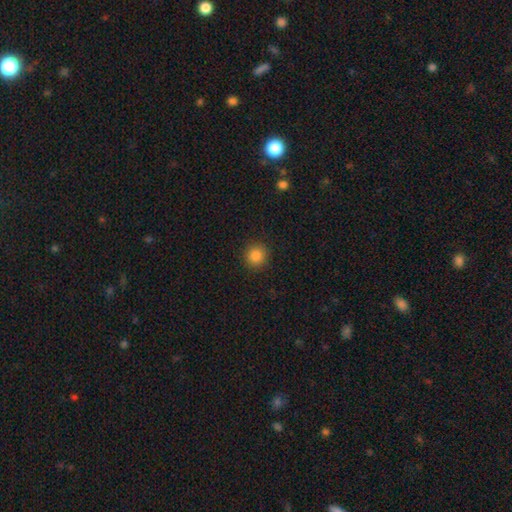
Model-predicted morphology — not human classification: Overall: smooth (85%). How rounded: round (94%). Merging: none (92%).